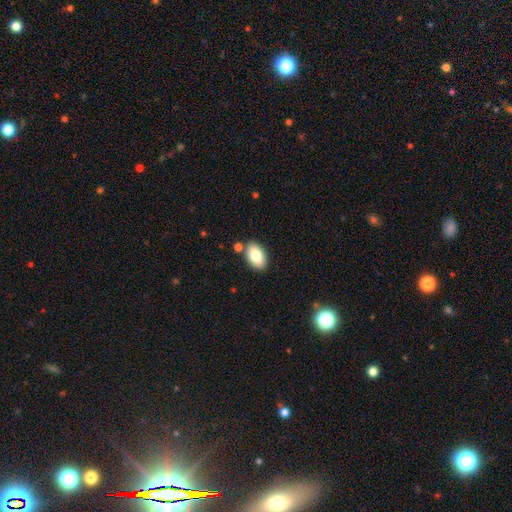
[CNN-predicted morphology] The model was most divided on "smooth or featured": smooth: 82%, featured or disk: 11%, star or artifact: 7%. More confident: how rounded — in between (93%); merging — none (81%).